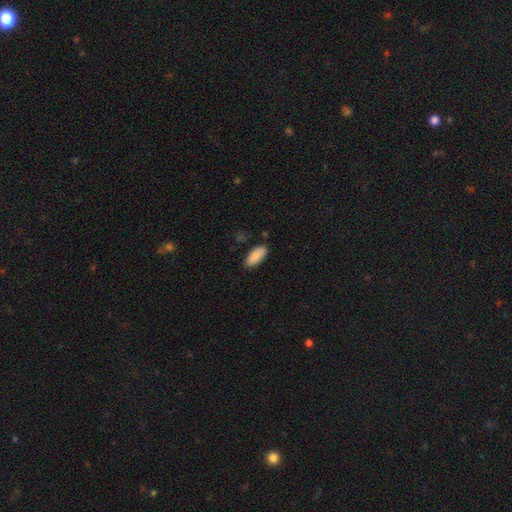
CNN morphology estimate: A smooth galaxy with no disk features (88%) that is in between round and cigar-shaped (88%).

Vote fractions:
- Smooth or featured? smooth: 88% / star or artifact: 6% / featured or disk: 6%
- How rounded? in between: 88% / cigar-shaped: 10% / round: 2%
- Merging? none: 85% / minor disturbance: 11% / major disturbance: 2% / merger: 2%